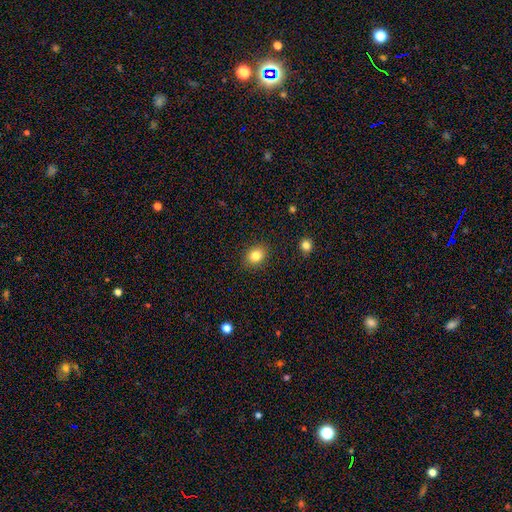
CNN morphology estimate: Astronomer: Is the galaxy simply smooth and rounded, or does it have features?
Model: smooth — 83%.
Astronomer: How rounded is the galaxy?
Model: round — 56% (runner-up: in between, 43%).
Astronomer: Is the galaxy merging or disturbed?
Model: none — 89%.